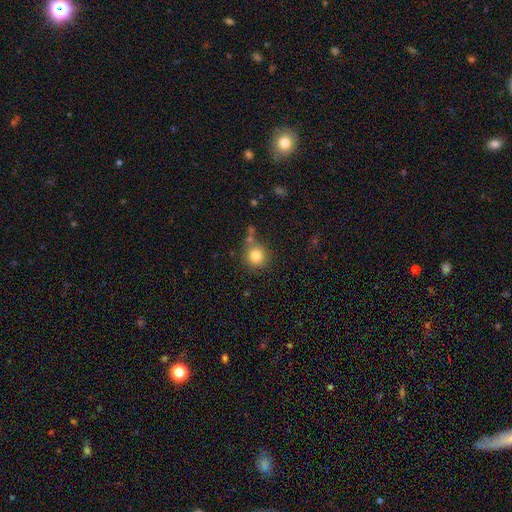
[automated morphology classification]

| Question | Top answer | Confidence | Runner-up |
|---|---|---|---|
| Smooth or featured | smooth | 82% | star or artifact (11%) |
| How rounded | round | 92% | in between (7%) |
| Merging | none | 72% | minor disturbance (12%) |